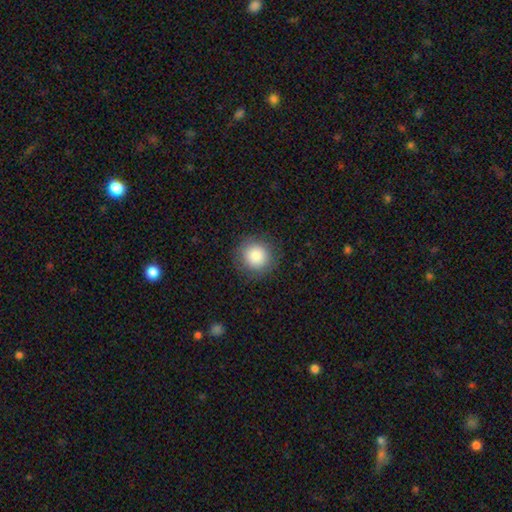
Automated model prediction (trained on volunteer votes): Smooth or featured? Predicted: smooth (p=0.86). How rounded? Predicted: round (p=0.94). Merging? Predicted: none (p=0.88).